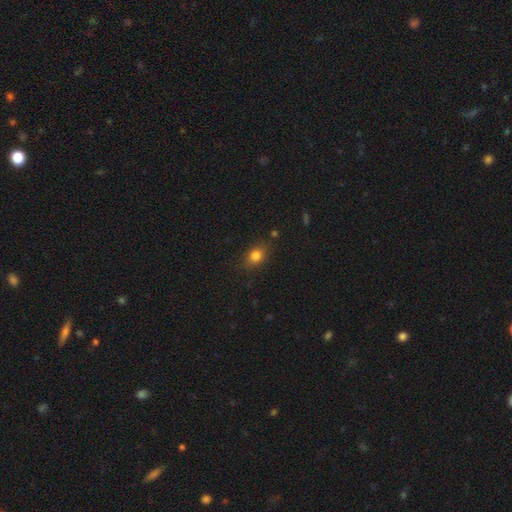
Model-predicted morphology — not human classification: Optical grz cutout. It shows a smooth galaxy with no disk features (80%) that is in between round and cigar-shaped (55%). Merging: none (80%).